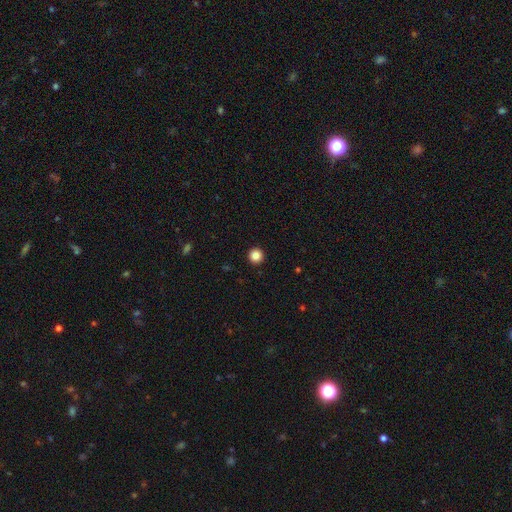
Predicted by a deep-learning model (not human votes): Q: Smooth or featured?
A: smooth (85%); runner-up: star or artifact (11%)
Q: How rounded?
A: round (96%); runner-up: in between (3%)
Q: Merging?
A: none (94%); runner-up: minor disturbance (4%)